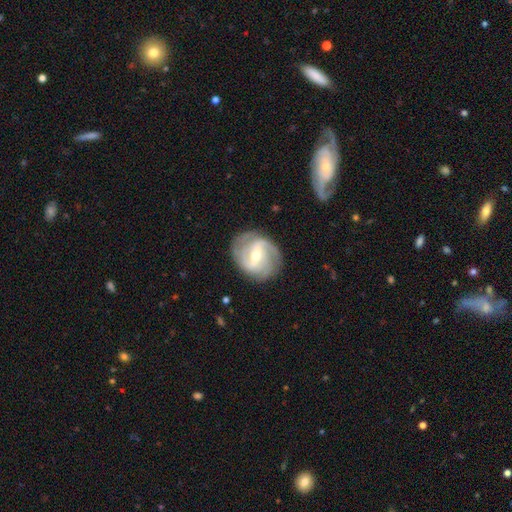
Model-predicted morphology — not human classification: Smooth or featured?
  - featured or disk: 85% *
  - smooth: 10%
  - star or artifact: 5%
Edge-on disk?
  - no: 97% *
  - yes: 3%
Bar?
  - weak: 45% *
  - strong: 43%
  - no: 12%
Spiral arms?
  - yes: 93% *
  - no: 7%
Spiral winding?
  - medium: 44% *
  - tight: 36%
  - loose: 21%
Spiral arm count?
  - 2: 43% *
  - 3: 24%
  - can't tell: 18%
  - 4: 7%
  - 1: 4%
  - more than 4: 4%
Bulge size?
  - moderate: 50% *
  - small: 46%
  - large: 2%
  - none: 1%
  - dominant: 1%
Merging?
  - none: 78% *
  - minor disturbance: 15%
  - major disturbance: 6%
  - merger: 1%